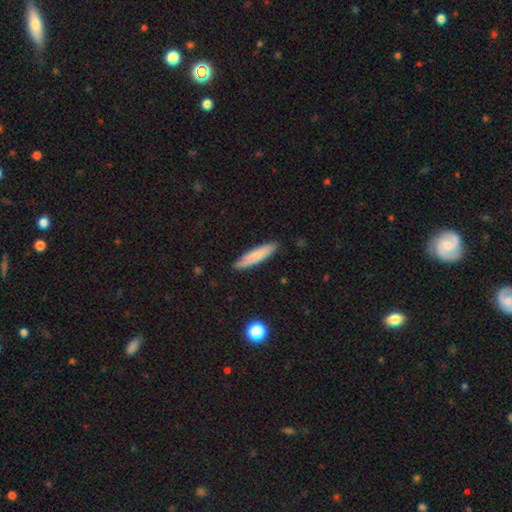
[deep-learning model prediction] The model was most divided on "smooth or featured": smooth: 78%, featured or disk: 17%, star or artifact: 6%. More confident: merging — none (90%); how rounded — cigar-shaped (82%).